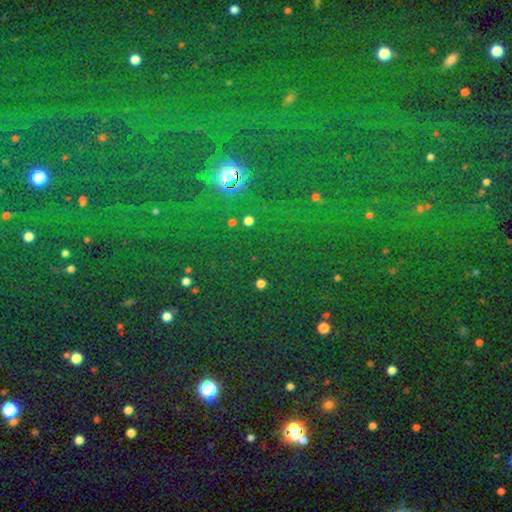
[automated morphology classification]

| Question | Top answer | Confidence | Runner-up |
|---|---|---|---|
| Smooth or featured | star or artifact | 82% | smooth (11%) |